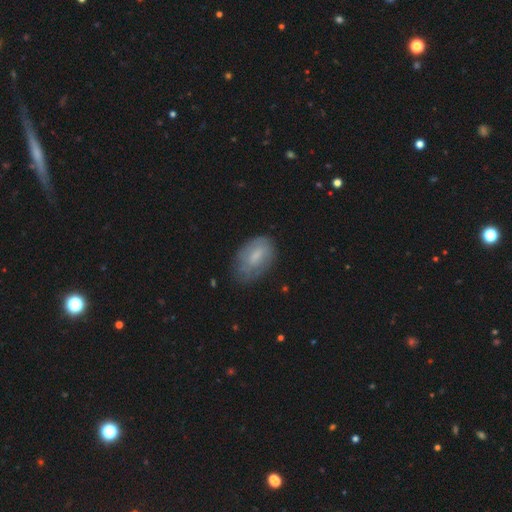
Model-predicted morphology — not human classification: type=smooth (63%); roundness=in between (90%); merging=none (61%).